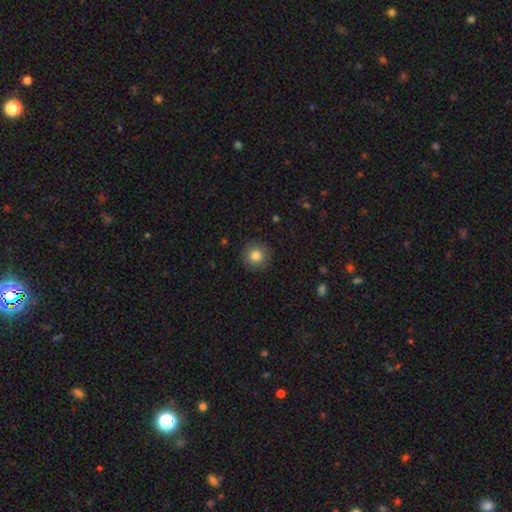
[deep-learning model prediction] Morphology: type=smooth (81%); roundness=round (95%); merging=none (90%).